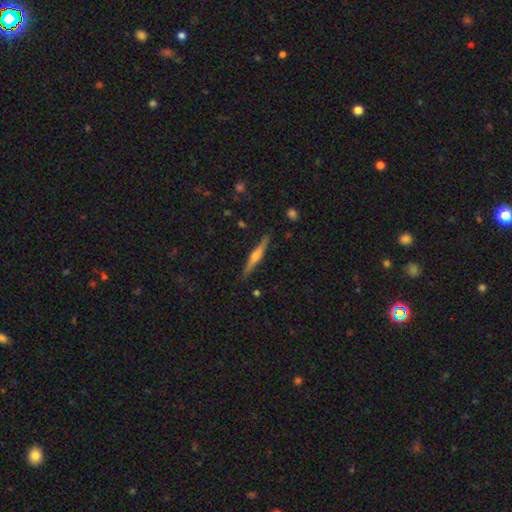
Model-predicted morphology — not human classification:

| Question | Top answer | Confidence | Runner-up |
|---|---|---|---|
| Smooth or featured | featured or disk | 65% | smooth (28%) |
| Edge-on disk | yes | 98% | no (2%) |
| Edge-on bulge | rounded | 88% | none (7%) |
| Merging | none | 89% | minor disturbance (8%) |